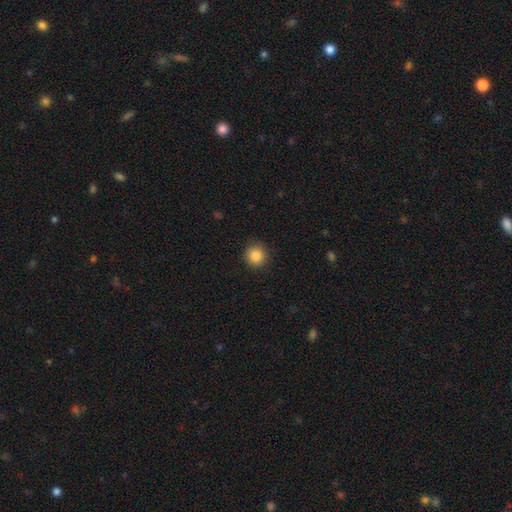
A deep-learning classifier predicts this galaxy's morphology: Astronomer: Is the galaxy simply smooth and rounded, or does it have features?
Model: smooth — 86%.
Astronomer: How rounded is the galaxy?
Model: round — 93%.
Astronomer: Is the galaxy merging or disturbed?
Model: none — 89%.